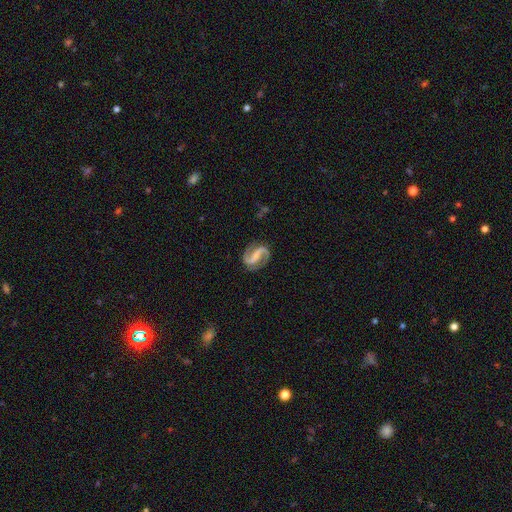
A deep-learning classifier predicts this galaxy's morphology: type=featured or disk (91%); edge-on=no (98%); bar=strong (52%); spiral arms=yes (98%); winding=medium (49%); arm count=2 (94%); bulge=none (39%); merging=none (83%).